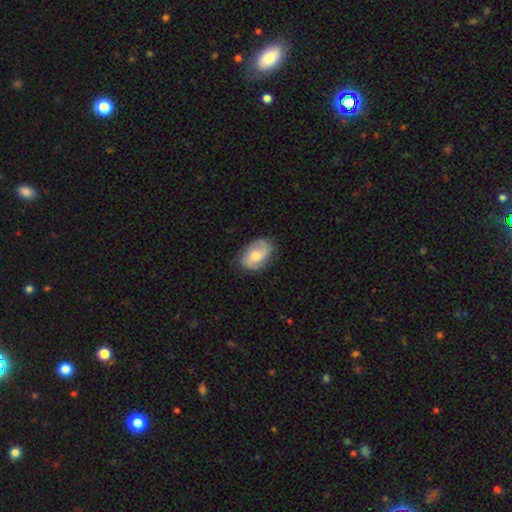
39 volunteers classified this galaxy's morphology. featured or disk 54%, smooth 33%, star or artifact 13%. Down the decision tree: edge-on disk — no (95%); bar — no (50%); spiral arms — yes (100%); spiral arm count — 2 (85%); spiral winding — loose (40%); bulge size — moderate (60%); merging — none (76%).